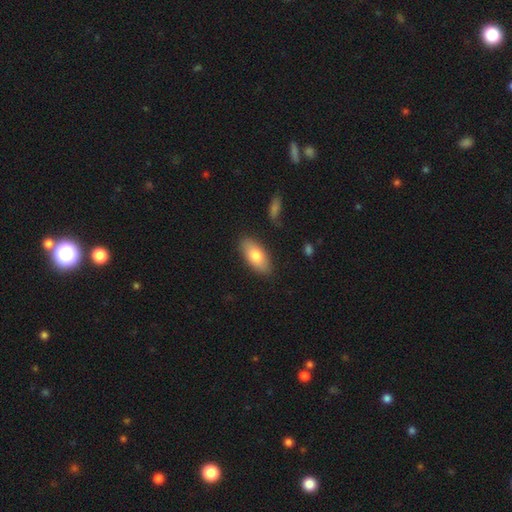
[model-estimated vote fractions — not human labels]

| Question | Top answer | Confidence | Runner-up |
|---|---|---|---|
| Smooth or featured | smooth | 78% | featured or disk (16%) |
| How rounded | in between | 89% | cigar-shaped (9%) |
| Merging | none | 85% | minor disturbance (11%) |